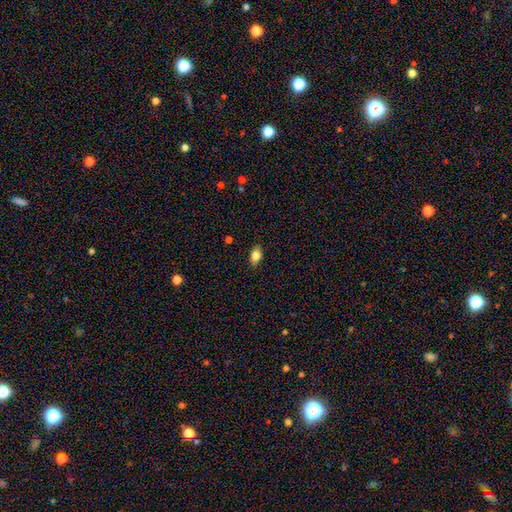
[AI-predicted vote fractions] This is clearly a smooth galaxy (82%). How rounded: clearly in between (87%). Merging: clearly none (86%).